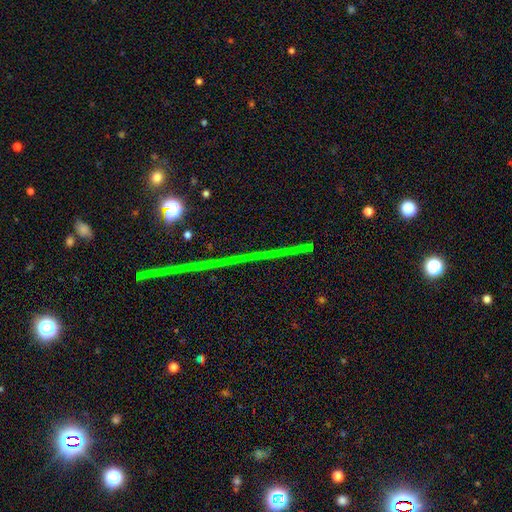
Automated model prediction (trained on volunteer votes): The model was most divided on "smooth or featured": star or artifact: 82%, featured or disk: 11%, smooth: 7%.